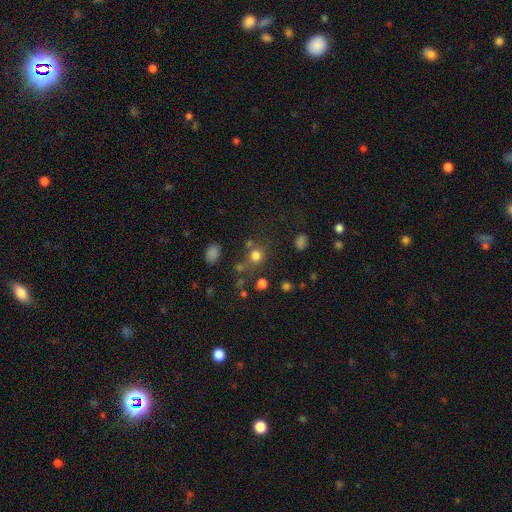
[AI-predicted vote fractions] This is likely a smooth galaxy (75%). How rounded: clearly round (85%). Merging: likely none (65%).